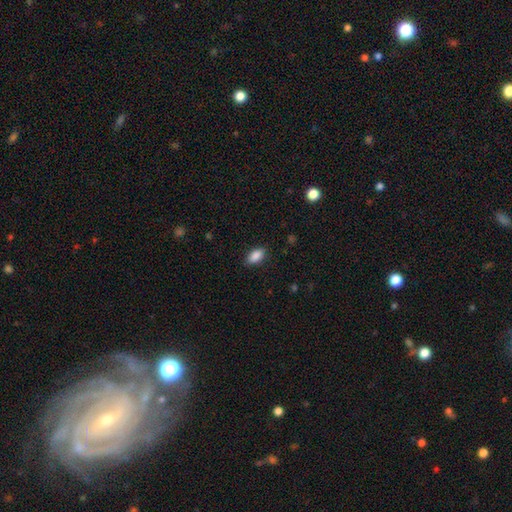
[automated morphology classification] The model was most divided on "merging": none: 87%, minor disturbance: 10%, major disturbance: 2%, merger: 1%. More confident: how rounded — in between (91%); smooth or featured — smooth (88%).